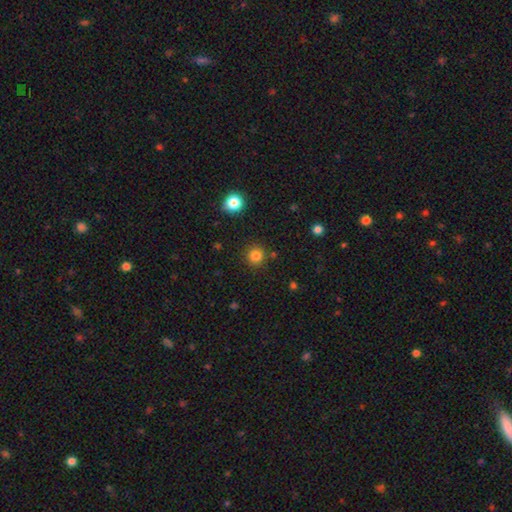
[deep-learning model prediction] Smooth or featured?
  - smooth: 83% *
  - star or artifact: 13%
  - featured or disk: 5%
How rounded?
  - round: 92% *
  - in between: 7%
  - cigar-shaped: 1%
Merging?
  - none: 88% *
  - minor disturbance: 7%
  - merger: 3%
  - major disturbance: 2%